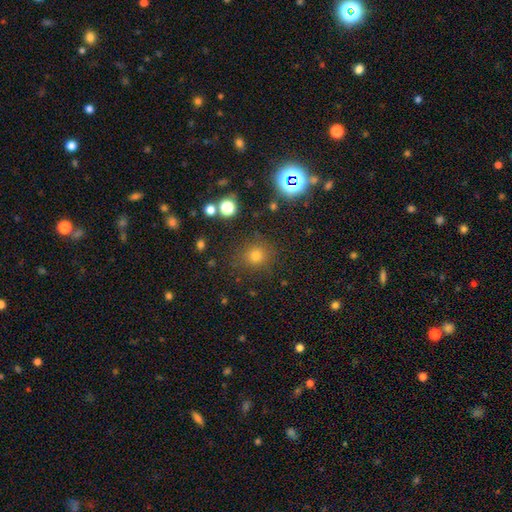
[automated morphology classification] smooth 71%, star or artifact 23%, featured or disk 6%. Down the decision tree: how rounded — round (90%); merging — none (85%).